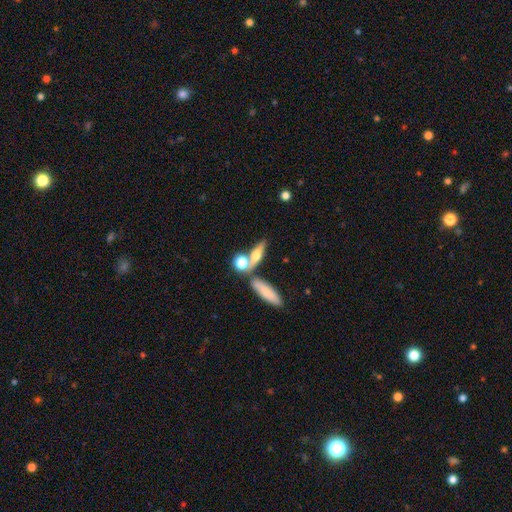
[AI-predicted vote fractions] Q: Smooth or featured?
A: smooth (55%); runner-up: featured or disk (35%)
Q: How rounded?
A: cigar-shaped (45%); runner-up: in between (37%)
Q: Merging?
A: none (55%); runner-up: merger (29%)